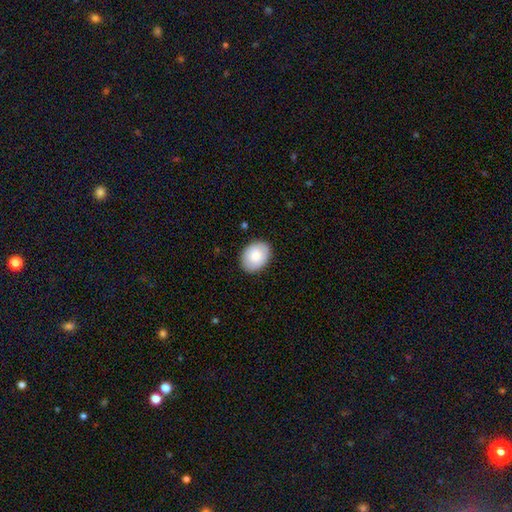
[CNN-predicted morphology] Q: Smooth or featured?
A: smooth (84%); runner-up: featured or disk (10%)
Q: How rounded?
A: in between (69%); runner-up: round (30%)
Q: Merging?
A: none (87%); runner-up: minor disturbance (10%)